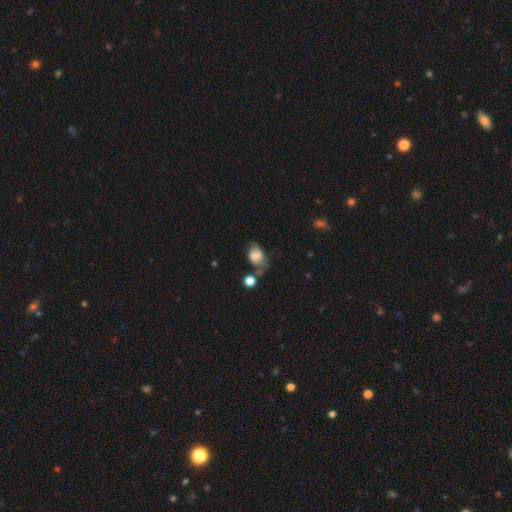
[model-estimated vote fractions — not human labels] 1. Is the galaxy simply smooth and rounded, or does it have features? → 71% smooth, 19% featured or disk, 10% star or artifact.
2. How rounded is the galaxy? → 74% in between, 24% round, 2% cigar-shaped.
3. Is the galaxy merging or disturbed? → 39% none, 28% minor disturbance, 20% major disturbance, 14% merger.